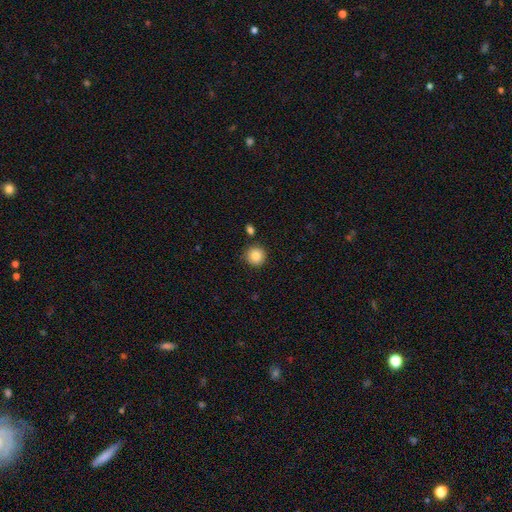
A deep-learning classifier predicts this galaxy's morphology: The model was most divided on "smooth or featured": smooth: 86%, star or artifact: 9%, featured or disk: 5%. More confident: how rounded — round (94%); merging — none (87%).